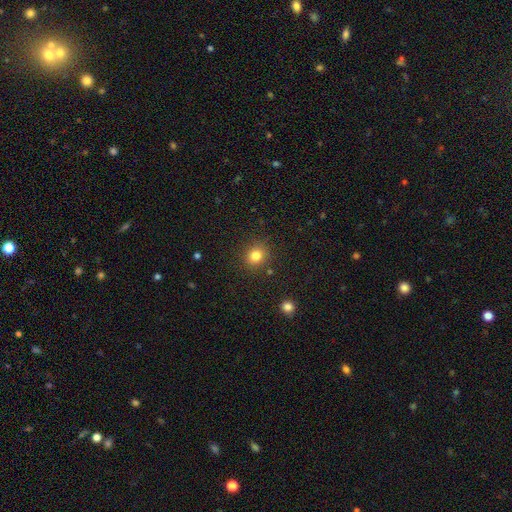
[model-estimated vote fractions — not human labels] smooth-or-featured: smooth: 81% | star or artifact: 13% | featured or disk: 6%
  how-rounded: round: 76% | in between: 23% | cigar-shaped: 1%
  merging: none: 86% | minor disturbance: 9% | major disturbance: 3% | merger: 2%